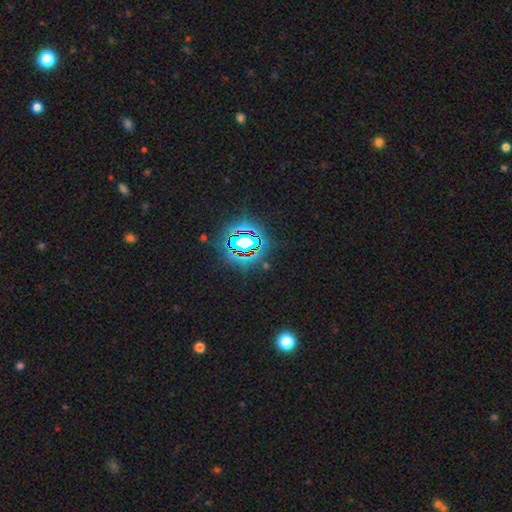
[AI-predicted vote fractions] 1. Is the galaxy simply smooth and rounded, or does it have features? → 81% star or artifact, 11% smooth, 8% featured or disk.